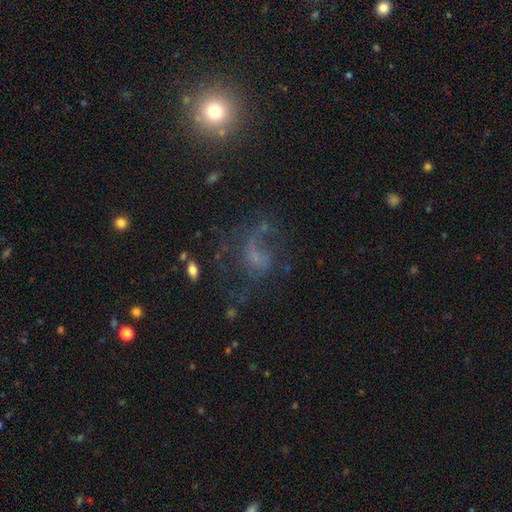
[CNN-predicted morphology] type=featured or disk (50%); edge-on=no (97%); merging=none (41%).